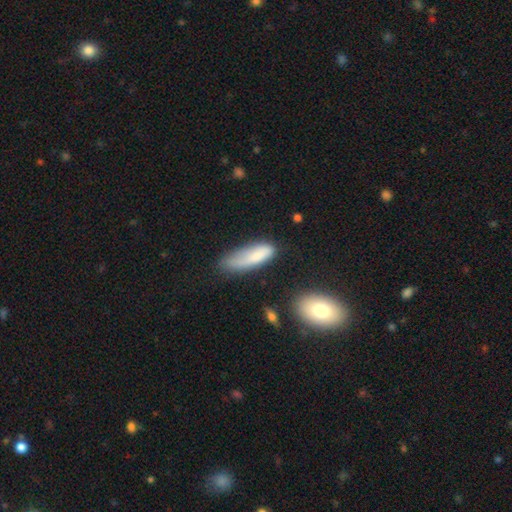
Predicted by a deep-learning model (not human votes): Morphology: type=smooth (74%); roundness=in between (52%); merging=none (40%).